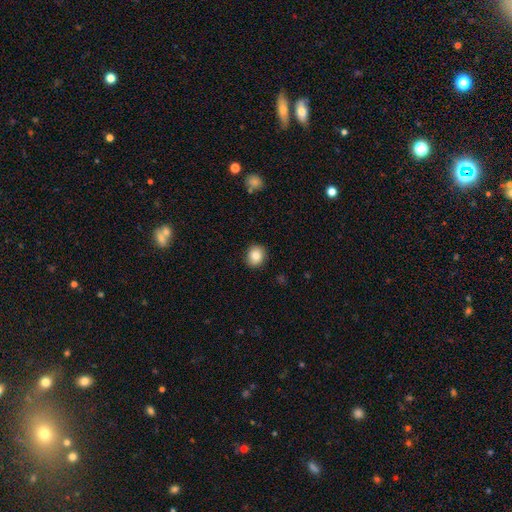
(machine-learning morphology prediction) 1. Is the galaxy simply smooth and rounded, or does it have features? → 84% smooth, 9% star or artifact, 7% featured or disk.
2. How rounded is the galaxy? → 71% round, 28% in between, 1% cigar-shaped.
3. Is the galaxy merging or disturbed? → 89% none, 8% minor disturbance, 2% major disturbance, 1% merger.